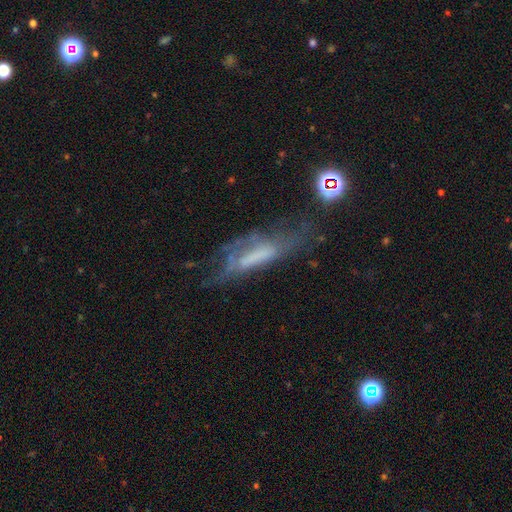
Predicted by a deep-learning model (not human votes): Smooth or featured? featured or disk (54%)
Edge-on disk? no (69%)
Merging? none (39%)